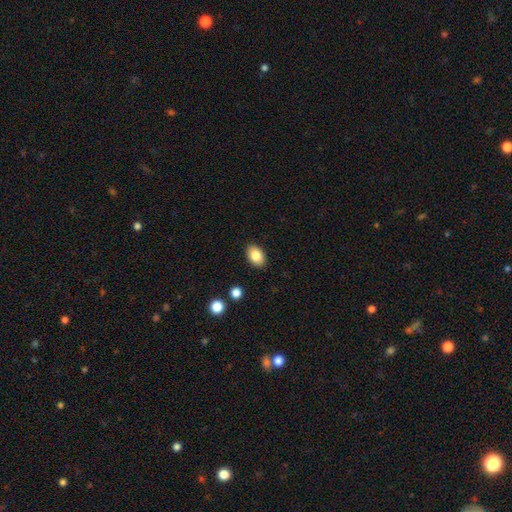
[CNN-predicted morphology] Smooth or featured? smooth (84%)
How rounded? in between (87%)
Merging? none (89%)